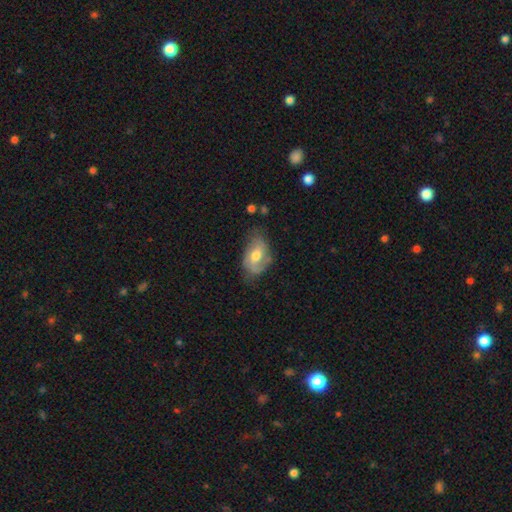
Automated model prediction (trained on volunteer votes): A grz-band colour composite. It shows a featured or disk galaxy (54%) with no bar (43%), spiral arms (74%) and a moderate central bulge (71%). Merging: none (54%).